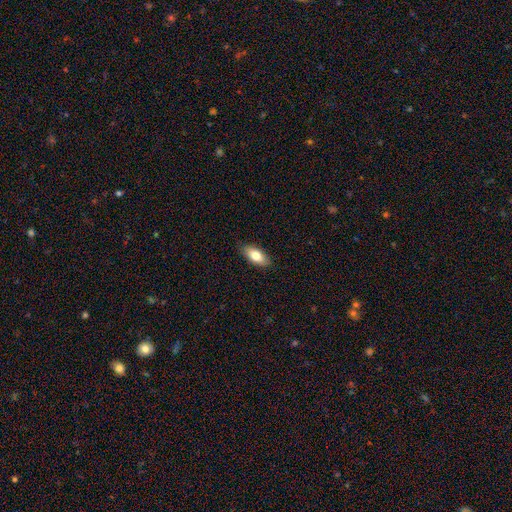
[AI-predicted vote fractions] Smooth or featured? smooth (78%)
How rounded? in between (87%)
Merging? none (87%)